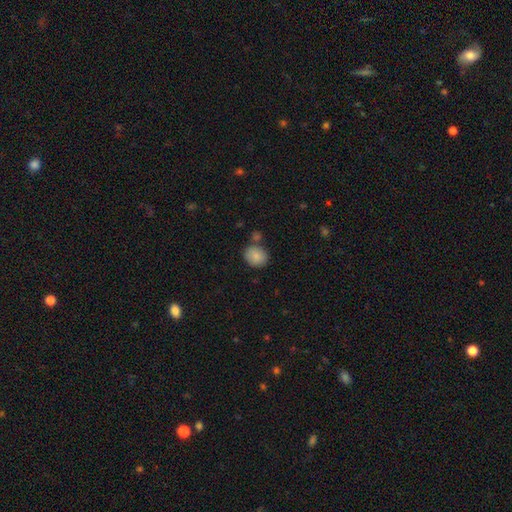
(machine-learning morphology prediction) smooth 85%, star or artifact 8%, featured or disk 7%. Down the decision tree: how rounded — round (64%); merging — none (71%).